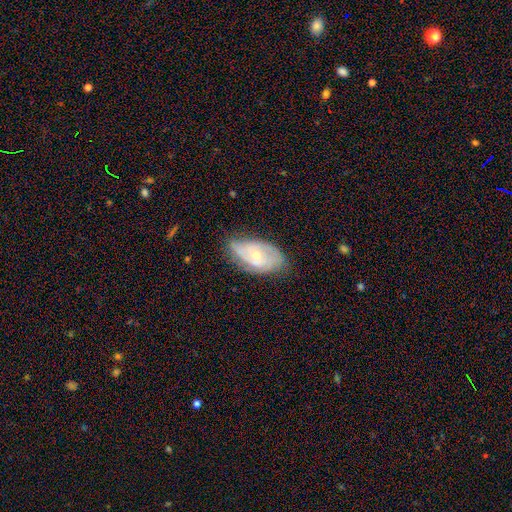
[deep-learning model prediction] featured or disk 66%, smooth 27%, star or artifact 7%. Down the decision tree: edge-on disk — no (93%); bar — no (67%); spiral arms — yes (81%); bulge size — small (52%); merging — none (62%).